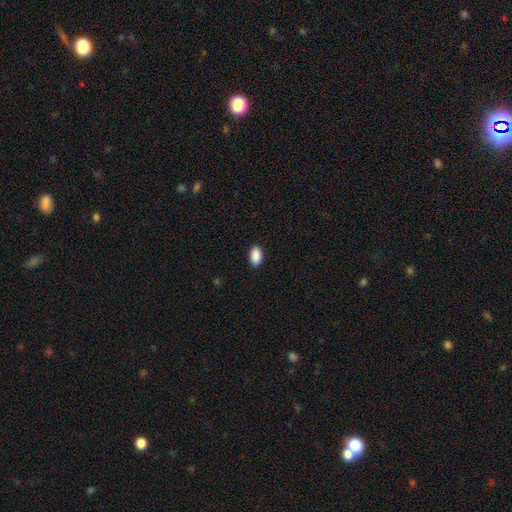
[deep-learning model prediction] A smooth galaxy with no disk features (91%) that is in between round and cigar-shaped (94%).

Vote fractions:
- Smooth or featured? smooth: 91% / star or artifact: 7% / featured or disk: 3%
- How rounded? in between: 94% / round: 4% / cigar-shaped: 2%
- Merging? none: 90% / minor disturbance: 8% / major disturbance: 2% / merger: 1%